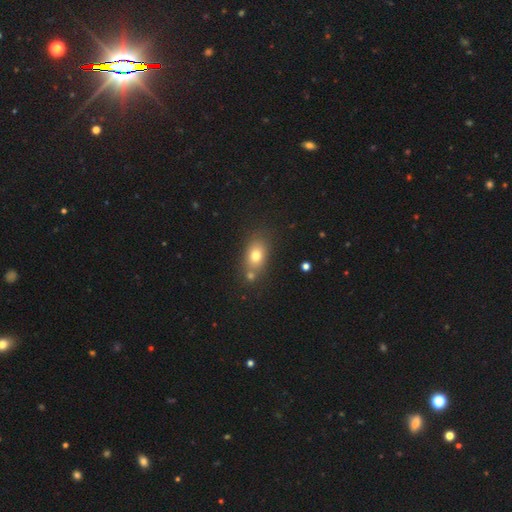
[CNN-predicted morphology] A smooth galaxy with no disk features (74%) that is in between round and cigar-shaped (73%).

Vote fractions:
- Smooth or featured? smooth: 74% / featured or disk: 14% / star or artifact: 12%
- How rounded? in between: 73% / round: 25% / cigar-shaped: 2%
- Merging? none: 64% / merger: 19% / minor disturbance: 12% / major disturbance: 4%